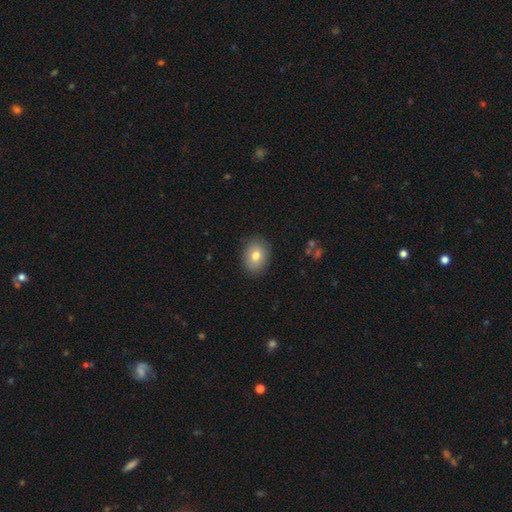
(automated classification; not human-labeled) Morphology: type=smooth (77%); roundness=in between (64%); merging=none (87%).